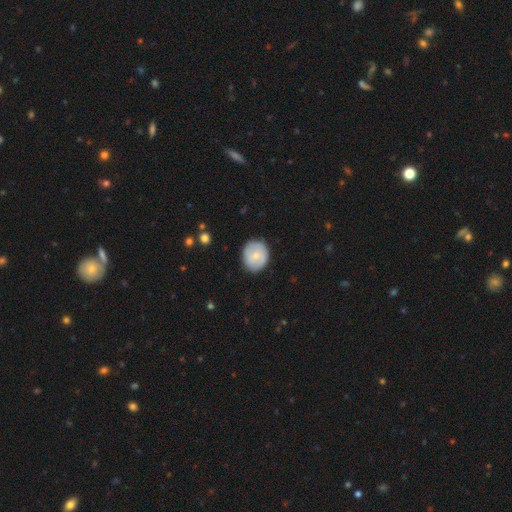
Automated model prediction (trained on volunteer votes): This appears to be a smooth galaxy with no disk features (69%) that is round (75%). Merging: none (83%).